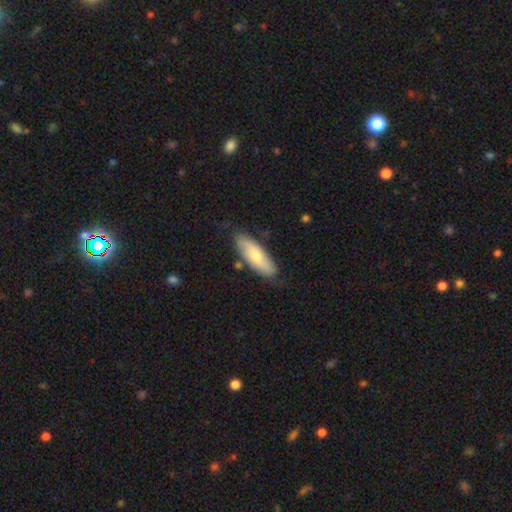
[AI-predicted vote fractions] Overall: smooth (66%; featured or disk 28%). How rounded: in between (64%; cigar-shaped 34%). Merging: none (76%).